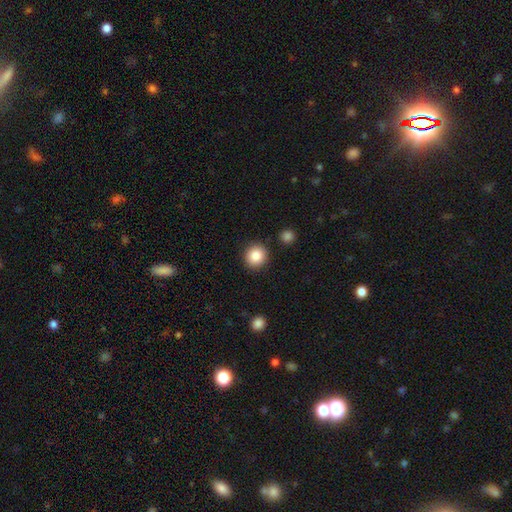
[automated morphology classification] Smooth or featured: smooth — 87% (star or artifact — 8%)
How rounded: round — 90% (in between — 9%)
Merging: none — 89% (minor disturbance — 6%)